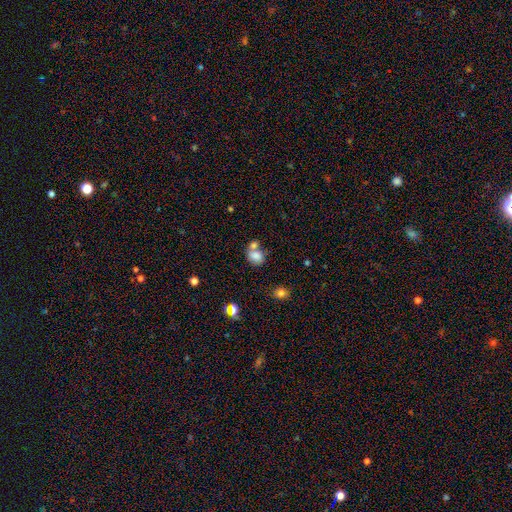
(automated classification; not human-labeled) This appears to be a smooth galaxy with no disk features (77%) that is in between round and cigar-shaped (49%, tied with round). Merging: merger (50%).